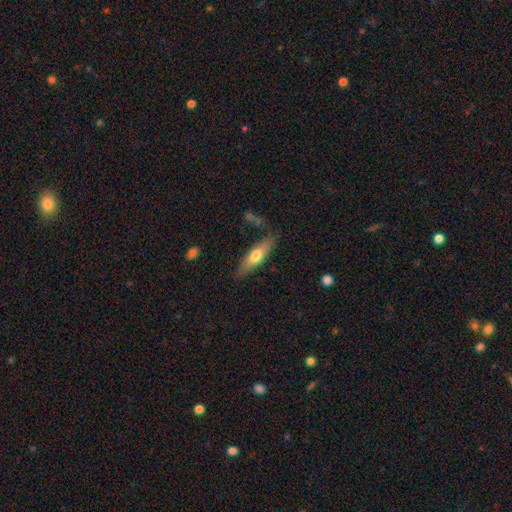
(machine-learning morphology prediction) Smooth or featured: smooth — 60% (featured or disk — 34%)
How rounded: cigar-shaped — 63% (in between — 35%)
Merging: none — 82% (minor disturbance — 13%)